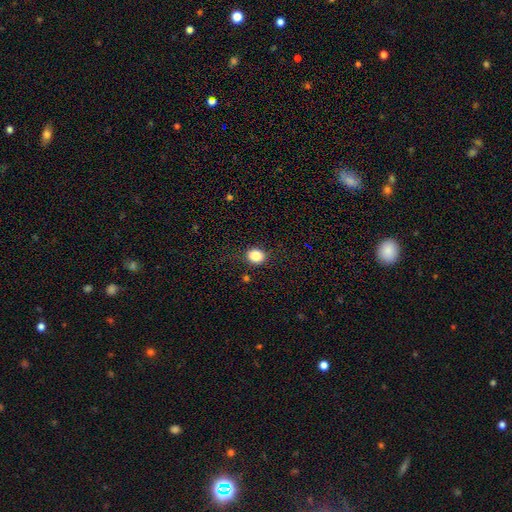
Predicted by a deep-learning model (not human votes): smooth_or_featured: smooth (p=0.85) [alt: star or artifact p=0.10]
how_rounded: round (p=0.70) [alt: in between p=0.29]
merging: none (p=0.86) [alt: minor disturbance p=0.10]